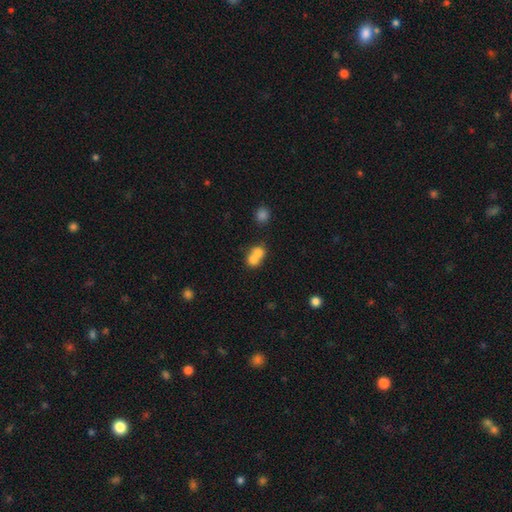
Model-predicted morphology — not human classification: Overall: smooth (71%). How rounded: round (59%; in between 39%). Merging: merger (69%).